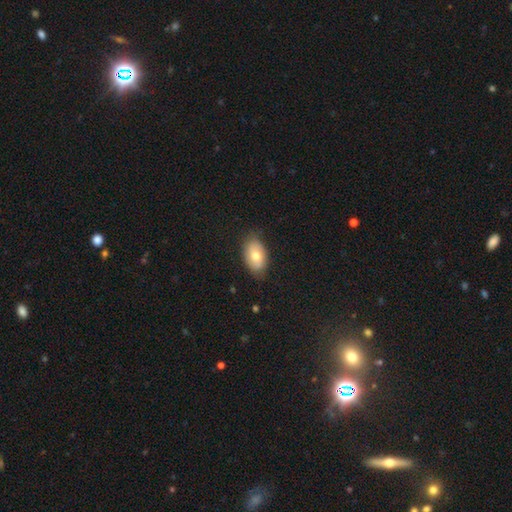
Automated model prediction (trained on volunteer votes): Smooth or featured? smooth (71%)
How rounded? in between (90%)
Merging? none (79%)